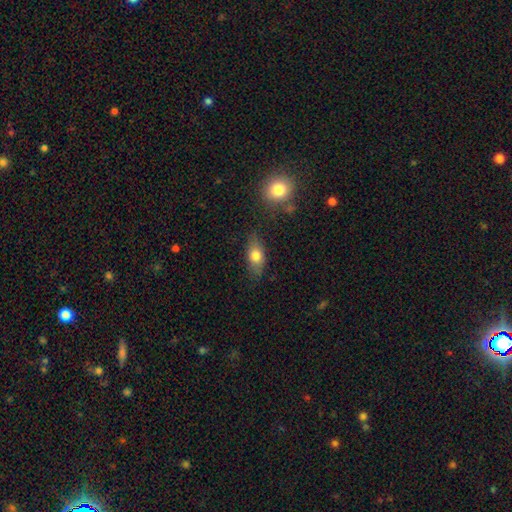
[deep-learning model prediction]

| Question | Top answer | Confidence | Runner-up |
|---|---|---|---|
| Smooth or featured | smooth | 73% | featured or disk (18%) |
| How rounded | in between | 78% | cigar-shaped (12%) |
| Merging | none | 78% | minor disturbance (16%) |